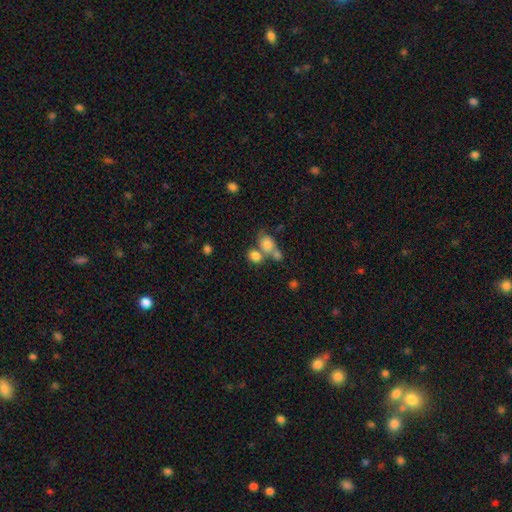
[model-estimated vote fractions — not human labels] The model was most divided on "how rounded": round: 50%, in between: 48%, cigar-shaped: 2%. Remaining: smooth or featured — smooth (79%); merging — merger (46%).